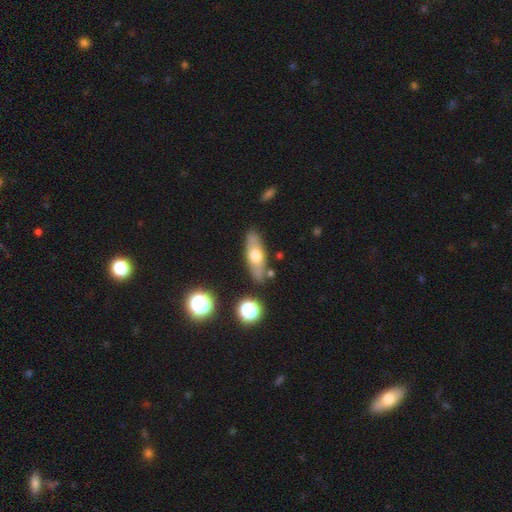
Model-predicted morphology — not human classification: Smooth or featured? Predicted: smooth (p=0.55). How rounded? Predicted: in between (p=0.59). Merging? Predicted: none (p=0.82).